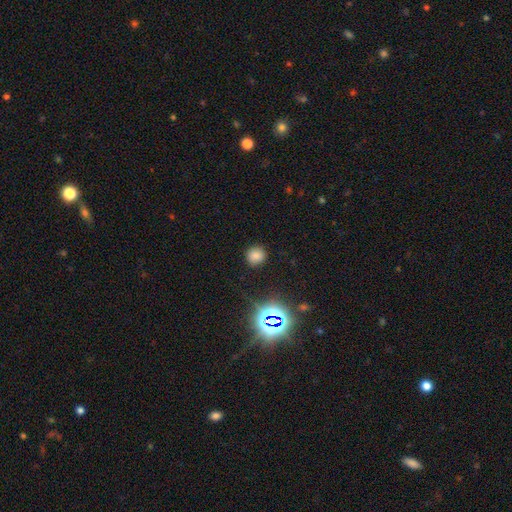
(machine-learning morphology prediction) A smooth galaxy with no disk features (75%) that is round (88%). Merging: none (87%).